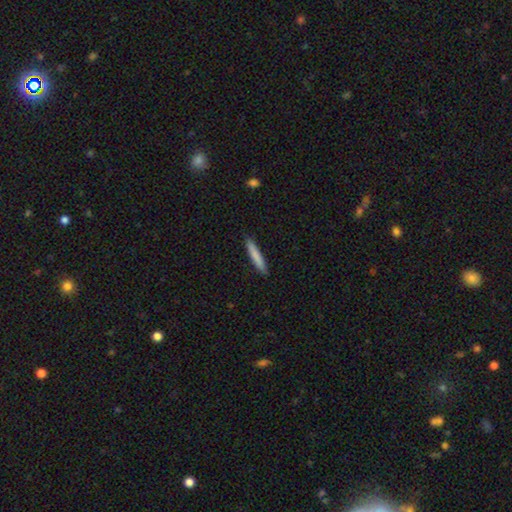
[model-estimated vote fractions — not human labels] Smooth or featured?
  - smooth: 80% *
  - featured or disk: 14%
  - star or artifact: 6%
How rounded?
  - cigar-shaped: 93% *
  - in between: 5%
  - round: 1%
Merging?
  - none: 90% *
  - minor disturbance: 8%
  - major disturbance: 1%
  - merger: 1%